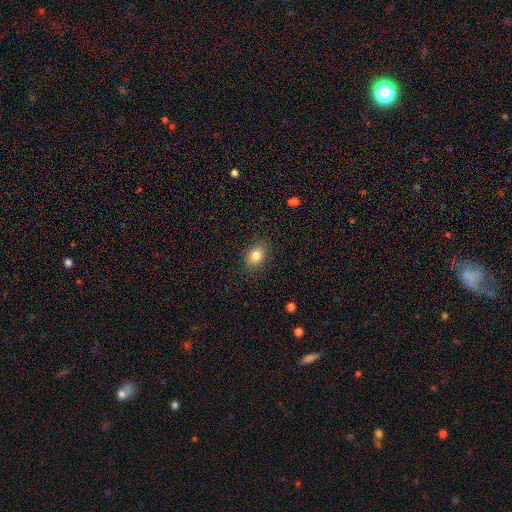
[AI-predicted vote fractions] Smooth or featured? Predicted: smooth (p=0.82). How rounded? Predicted: in between (p=0.66). Merging? Predicted: none (p=0.86).